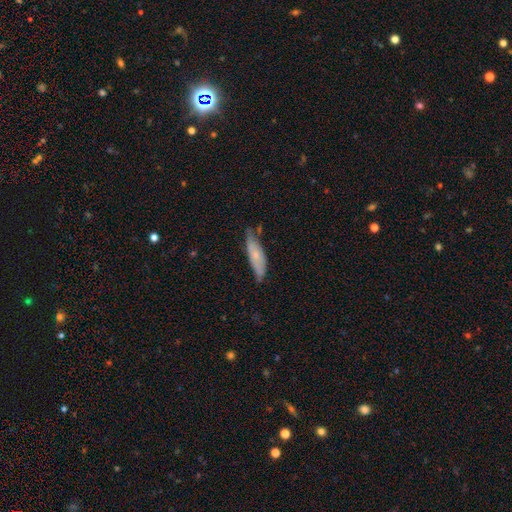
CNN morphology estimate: type=smooth (55%); roundness=cigar-shaped (53%); merging=none (58%).